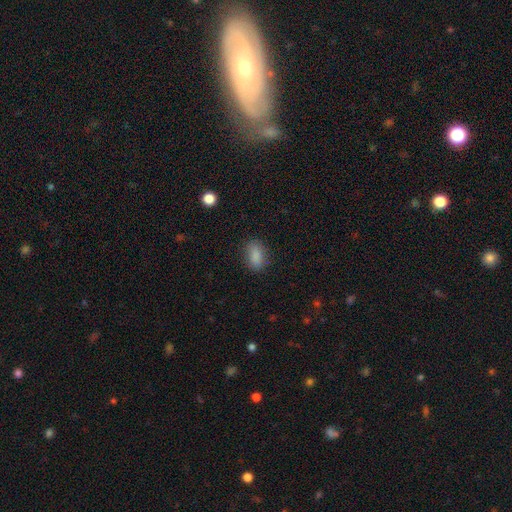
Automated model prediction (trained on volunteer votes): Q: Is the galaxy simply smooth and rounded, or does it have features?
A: smooth — 86%.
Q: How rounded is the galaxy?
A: in between — 87%.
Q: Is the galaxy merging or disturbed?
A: none — 80%.